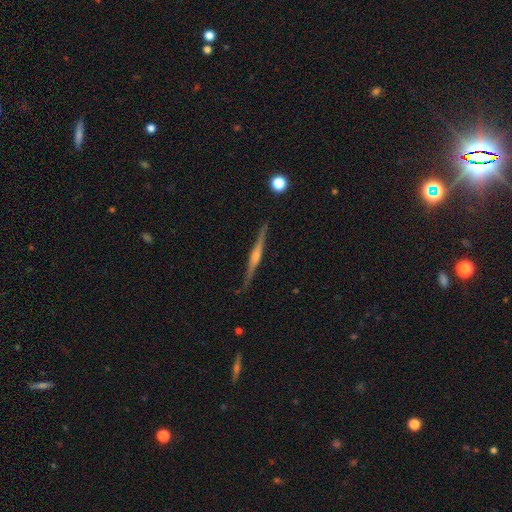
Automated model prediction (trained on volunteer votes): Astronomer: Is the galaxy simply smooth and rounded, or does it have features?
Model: featured or disk — 80%.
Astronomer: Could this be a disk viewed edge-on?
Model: yes — 98%.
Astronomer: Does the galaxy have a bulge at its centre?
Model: rounded — 77%.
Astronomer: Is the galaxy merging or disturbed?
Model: none — 89%.